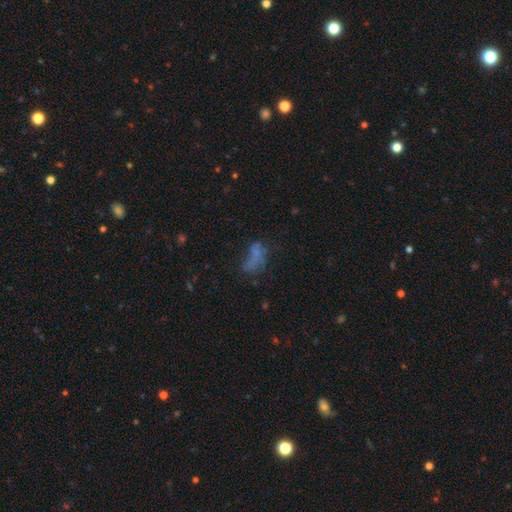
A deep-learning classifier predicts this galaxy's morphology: Smooth or featured: smooth — 49% (featured or disk — 28%)
Merging: none — 33% (major disturbance — 31%)